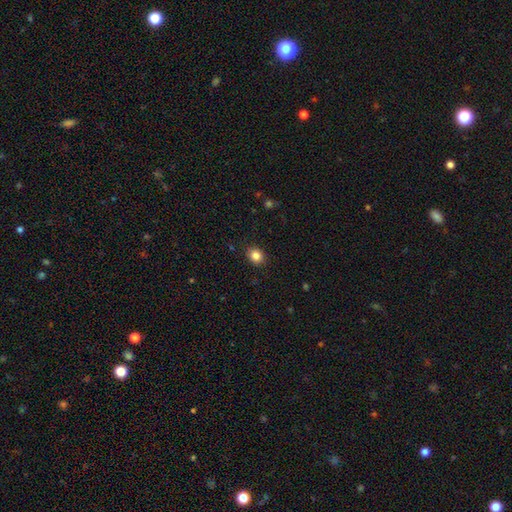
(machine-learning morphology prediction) smooth 84%, star or artifact 11%, featured or disk 5%. Down the decision tree: how rounded — round (66%); merging — none (89%).